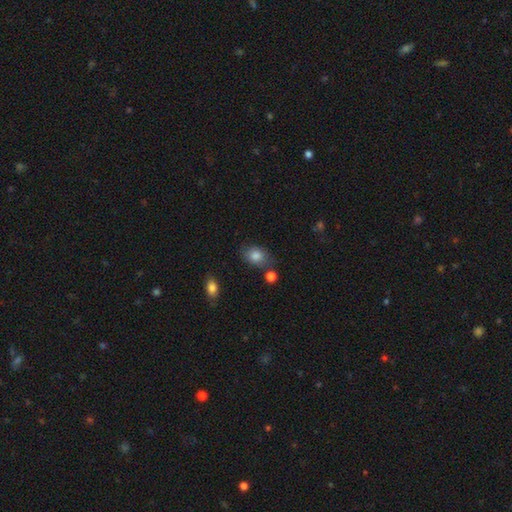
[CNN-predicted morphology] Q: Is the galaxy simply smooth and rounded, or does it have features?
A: smooth — 83%.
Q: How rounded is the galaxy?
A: in between — 73%.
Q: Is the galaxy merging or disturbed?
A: none — 69%.